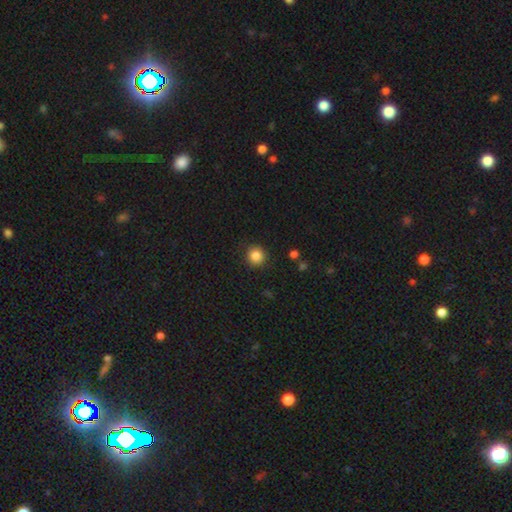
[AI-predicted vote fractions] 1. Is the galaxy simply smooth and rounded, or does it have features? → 85% smooth, 11% star or artifact, 4% featured or disk.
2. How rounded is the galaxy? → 93% round, 6% in between, 1% cigar-shaped.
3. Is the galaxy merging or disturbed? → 90% none, 6% minor disturbance, 2% major disturbance, 1% merger.